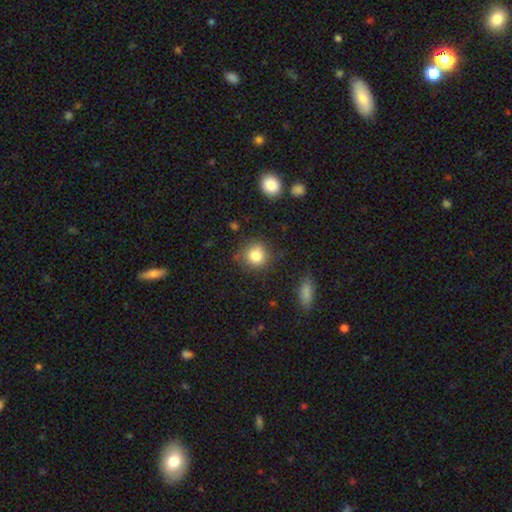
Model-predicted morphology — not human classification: Smooth or featured?
  - smooth: 83% *
  - star or artifact: 10%
  - featured or disk: 6%
How rounded?
  - round: 87% *
  - in between: 12%
  - cigar-shaped: 1%
Merging?
  - none: 80% *
  - minor disturbance: 14%
  - major disturbance: 4%
  - merger: 2%